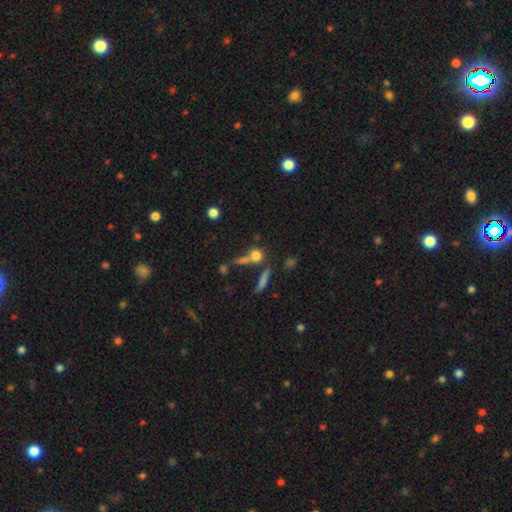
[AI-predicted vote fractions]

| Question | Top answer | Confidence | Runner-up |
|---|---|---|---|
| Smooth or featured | smooth | 71% | star or artifact (15%) |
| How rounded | round | 66% | in between (22%) |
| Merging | none | 49% | merger (32%) |